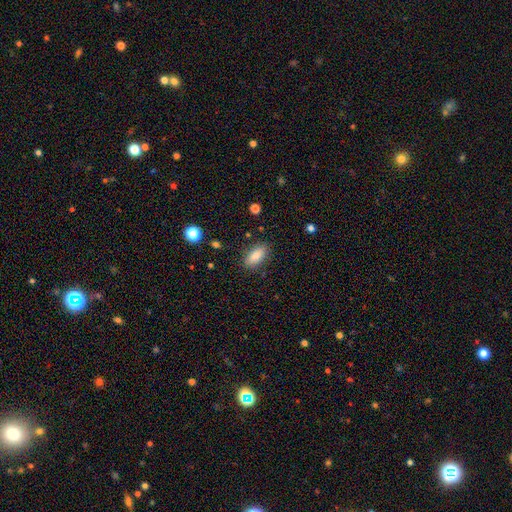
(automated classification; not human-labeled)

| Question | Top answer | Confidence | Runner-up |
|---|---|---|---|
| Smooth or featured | smooth | 85% | featured or disk (8%) |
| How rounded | in between | 86% | cigar-shaped (11%) |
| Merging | none | 86% | minor disturbance (10%) |